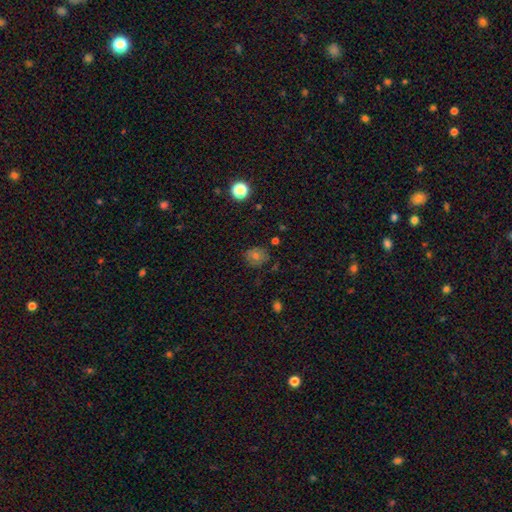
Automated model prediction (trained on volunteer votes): smooth 62%, star or artifact 21%, featured or disk 16%. Down the decision tree: how rounded — round (70%); merging — none (79%).